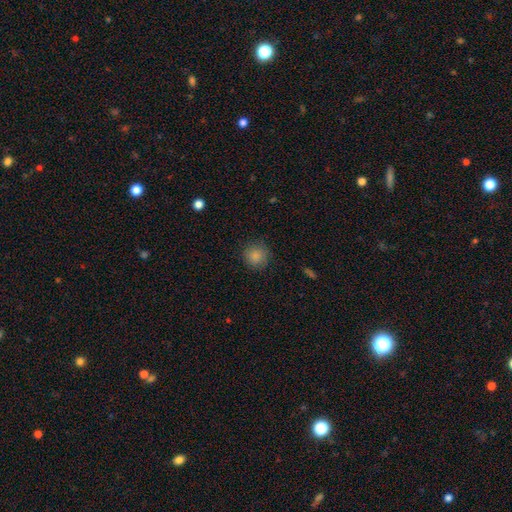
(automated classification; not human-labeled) Smooth or featured: smooth — 86% (star or artifact — 10%)
How rounded: round — 93% (in between — 7%)
Merging: none — 87% (minor disturbance — 9%)